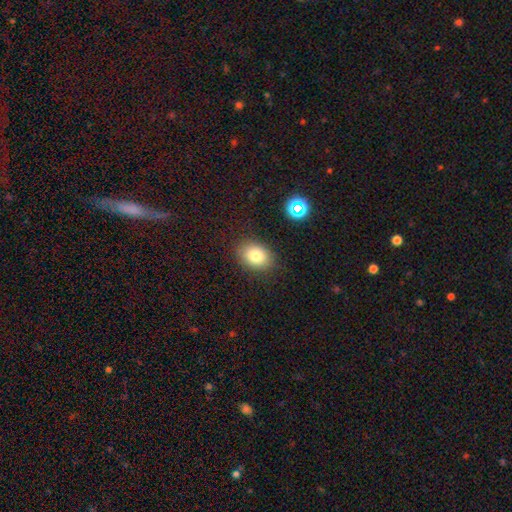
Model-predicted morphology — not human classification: This appears to be a smooth galaxy with no disk features (80%) that is in between round and cigar-shaped (67%). Merging: none (85%).